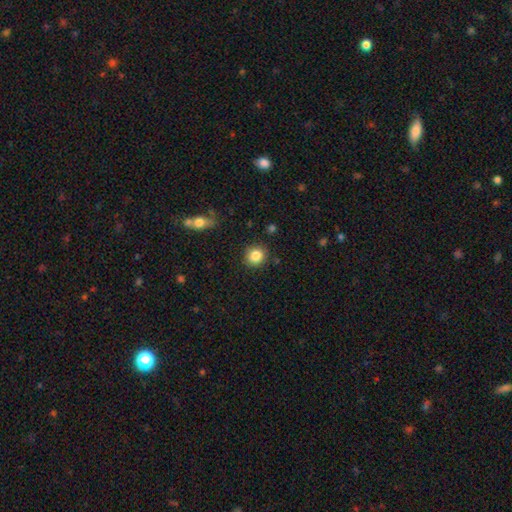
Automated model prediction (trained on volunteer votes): Smooth or featured: smooth — 85% (star or artifact — 10%)
How rounded: round — 88% (in between — 11%)
Merging: none — 88% (minor disturbance — 8%)